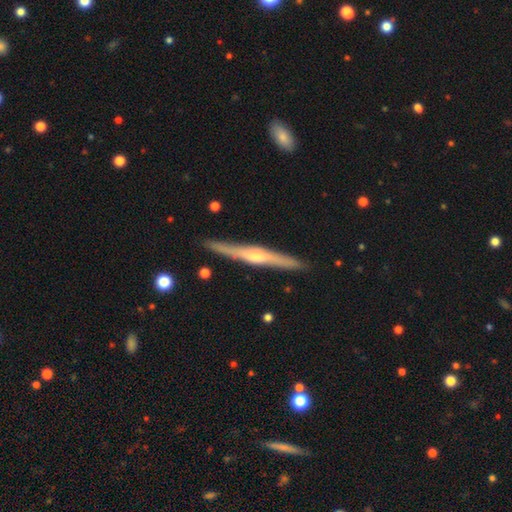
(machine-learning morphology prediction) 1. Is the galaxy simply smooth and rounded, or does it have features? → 72% featured or disk, 23% smooth, 5% star or artifact.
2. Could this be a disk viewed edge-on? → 97% yes, 3% no.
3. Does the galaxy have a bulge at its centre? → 75% rounded, 13% none, 11% boxy.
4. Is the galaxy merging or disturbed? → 90% none, 7% minor disturbance, 1% merger, 1% major disturbance.